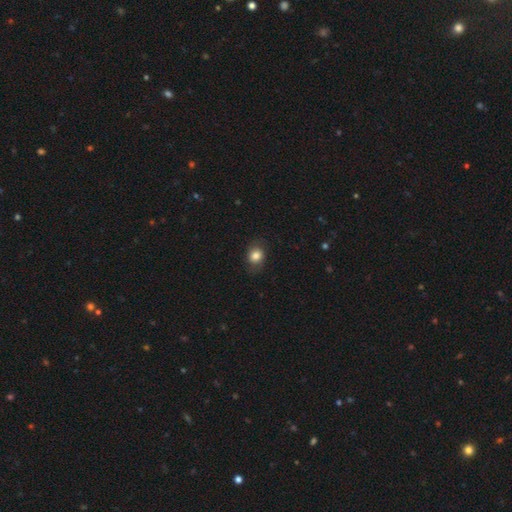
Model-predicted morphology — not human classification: Q: Smooth or featured?
A: smooth (80%); runner-up: featured or disk (11%)
Q: How rounded?
A: round (52%); runner-up: in between (47%)
Q: Merging?
A: none (77%); runner-up: minor disturbance (16%)